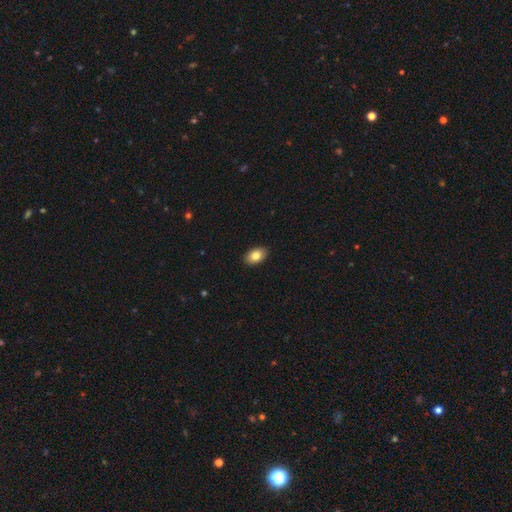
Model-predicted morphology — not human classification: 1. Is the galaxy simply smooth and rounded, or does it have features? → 83% smooth, 9% featured or disk, 8% star or artifact.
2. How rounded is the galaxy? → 89% in between, 10% round, 1% cigar-shaped.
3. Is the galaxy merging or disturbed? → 90% none, 7% minor disturbance, 2% major disturbance, 1% merger.